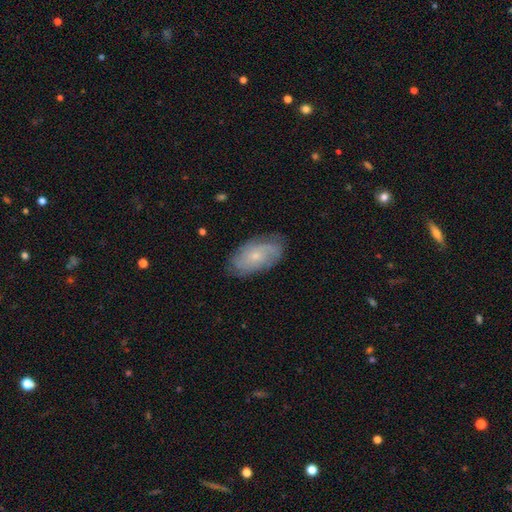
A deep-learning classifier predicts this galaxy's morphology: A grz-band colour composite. It shows a featured or disk galaxy (61%) with no bar (79%), spiral arms (86%) and a small central bulge (73%). Merging: none (77%).